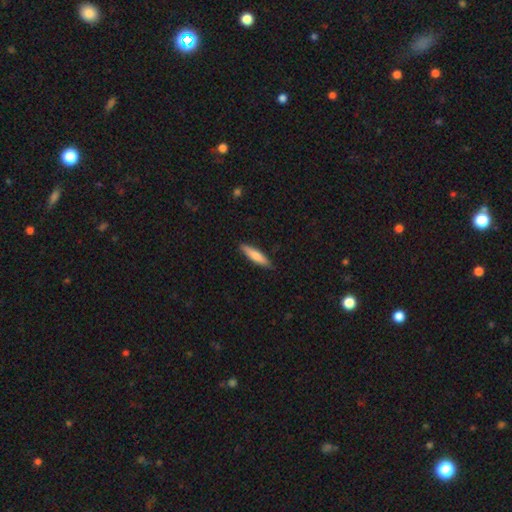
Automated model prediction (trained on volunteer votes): A smooth galaxy with no disk features (75%) that is cigar-shaped (79%). Merging: none (88%).